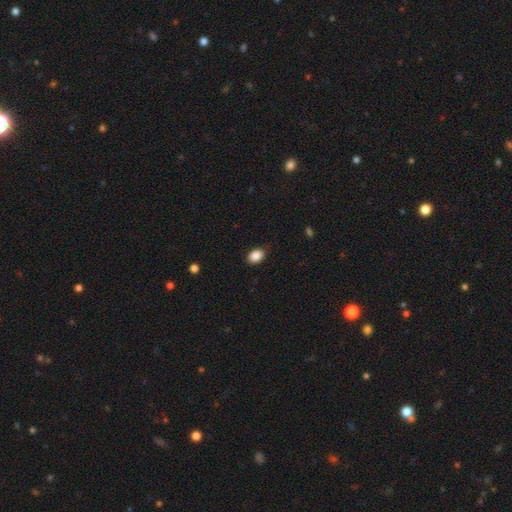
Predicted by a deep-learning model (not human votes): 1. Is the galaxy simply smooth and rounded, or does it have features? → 88% smooth, 8% star or artifact, 4% featured or disk.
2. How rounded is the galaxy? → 83% in between, 16% round, 1% cigar-shaped.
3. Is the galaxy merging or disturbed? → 87% none, 10% minor disturbance, 2% major disturbance, 1% merger.